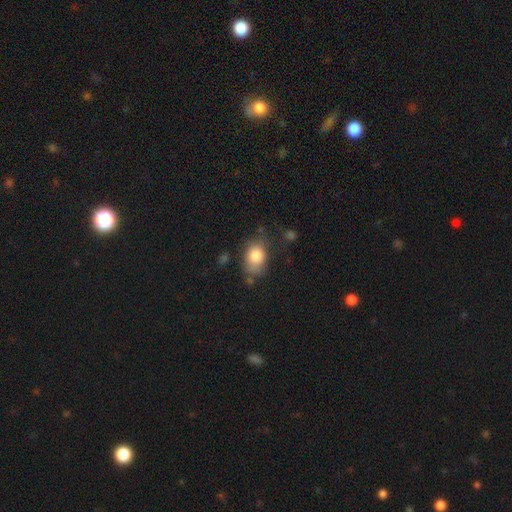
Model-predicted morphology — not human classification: This appears to be a smooth galaxy with no disk features (82%) that is in between round and cigar-shaped (73%). Merging: none (61%).